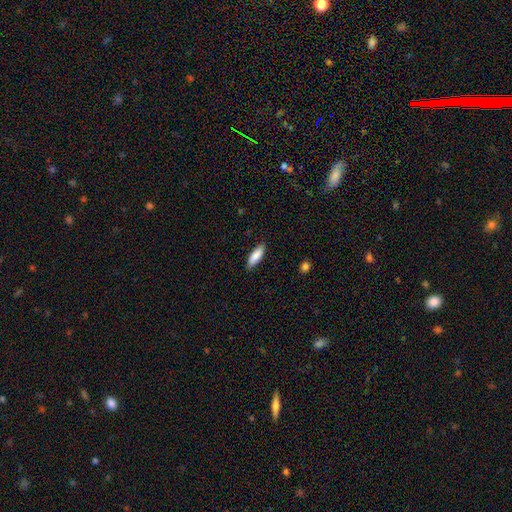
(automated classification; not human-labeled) smooth_or_featured: smooth (p=0.86) [alt: featured or disk p=0.09]
how_rounded: in between (p=0.55) [alt: cigar-shaped p=0.43]
merging: none (p=0.85) [alt: minor disturbance p=0.12]